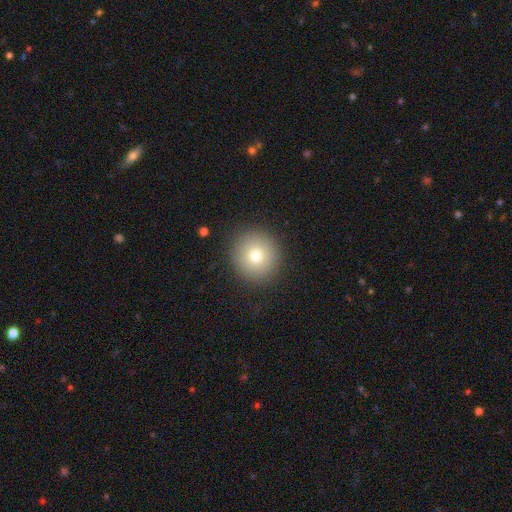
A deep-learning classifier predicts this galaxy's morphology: type=smooth (75%); roundness=round (95%); merging=none (91%).